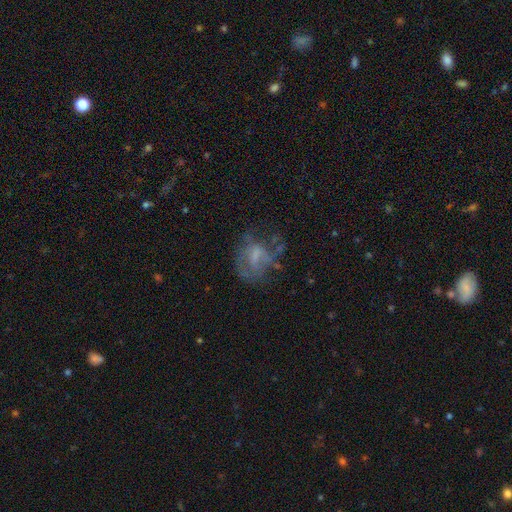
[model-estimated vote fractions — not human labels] Morphology: type=featured or disk (51%); edge-on=no (97%); merging=none (40%).